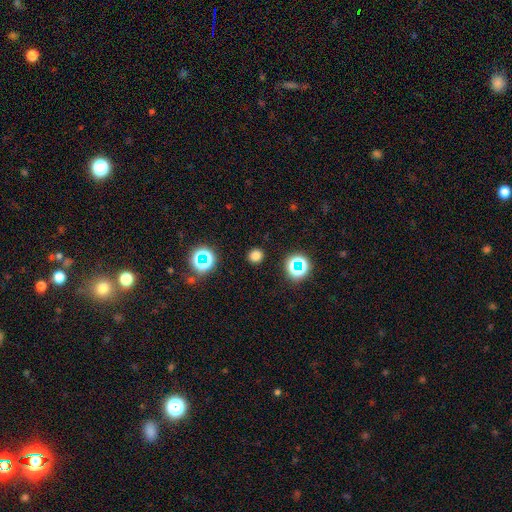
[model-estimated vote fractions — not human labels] Morphology: type=smooth (74%); roundness=round (90%); merging=none (90%).